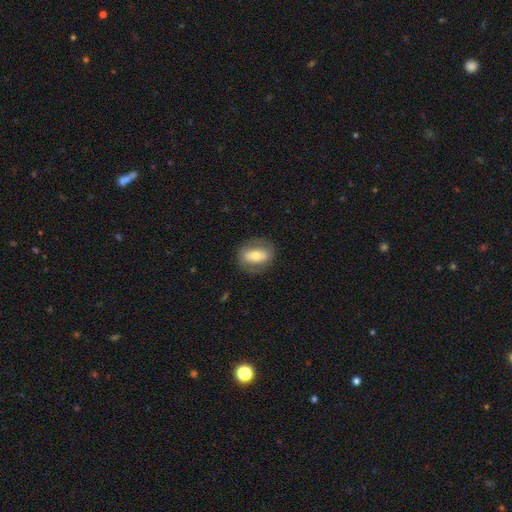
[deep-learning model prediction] A featured or disk galaxy (47%).

Vote fractions:
- Smooth or featured? featured or disk: 47% / smooth: 46% / star or artifact: 7%
- Merging? none: 78% / minor disturbance: 14% / major disturbance: 7% / merger: 1%